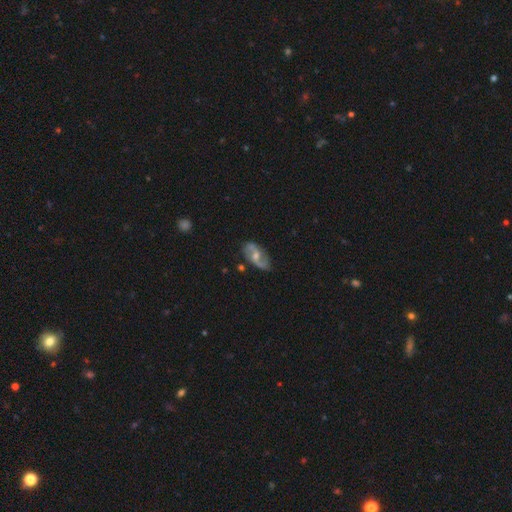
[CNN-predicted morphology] The model was most divided on "bar": weak: 43%, no: 42%, strong: 15%. More confident: edge-on disk — no (94%); spiral arm count — 2 (88%); spiral arms — yes (88%); smooth or featured — featured or disk (75%); merging — none (73%); bulge size — moderate (61%); spiral winding — loose (53%).